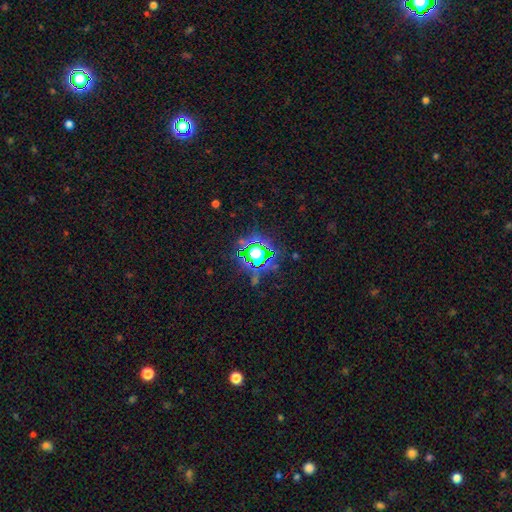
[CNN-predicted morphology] star or artifact 72%, smooth 18%, featured or disk 10%.